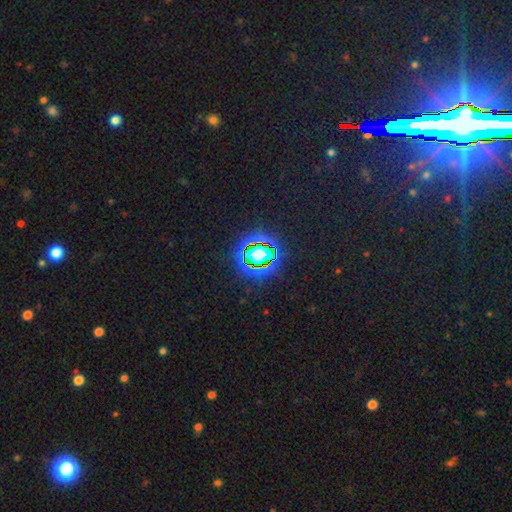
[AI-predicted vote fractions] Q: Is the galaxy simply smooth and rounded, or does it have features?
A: star or artifact — 69%.